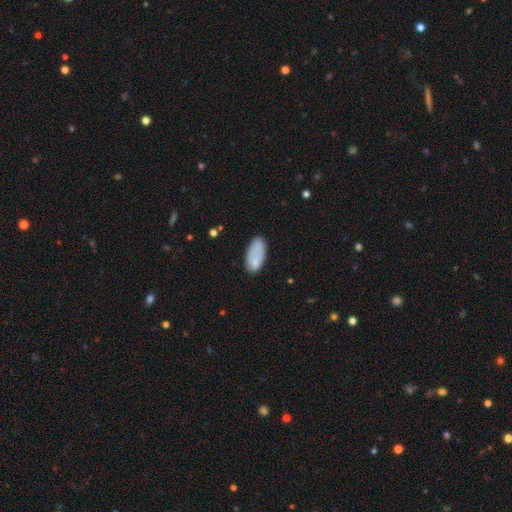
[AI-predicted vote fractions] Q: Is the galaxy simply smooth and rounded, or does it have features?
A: smooth — 75%.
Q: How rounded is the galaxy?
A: in between — 88%.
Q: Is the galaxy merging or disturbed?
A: none — 62%.